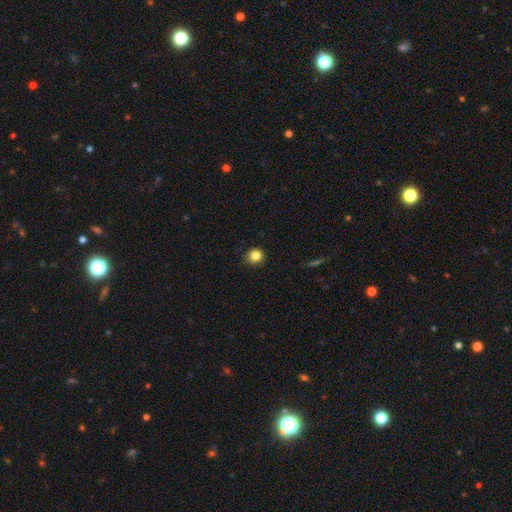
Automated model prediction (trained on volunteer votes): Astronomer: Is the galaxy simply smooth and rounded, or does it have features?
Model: smooth — 83%.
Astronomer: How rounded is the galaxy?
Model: round — 91%.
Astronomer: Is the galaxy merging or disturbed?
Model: none — 90%.